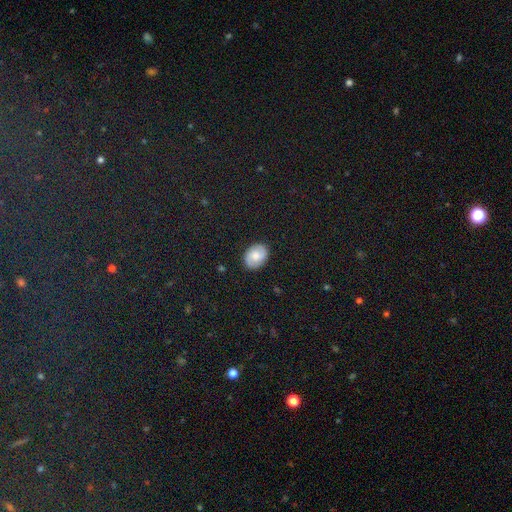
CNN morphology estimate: smooth-or-featured: featured or disk: 53% | smooth: 38% | star or artifact: 9%
  disk-edge-on: no: 98% | yes: 2%
    bar: no: 58% | weak: 35% | strong: 7%
    has-spiral-arms: yes: 89% | no: 11%
    bulge-size: moderate: 54% | small: 21% | large: 16% | none: 7% | dominant: 2%
  merging: none: 86% | minor disturbance: 10% | major disturbance: 2% | merger: 1%